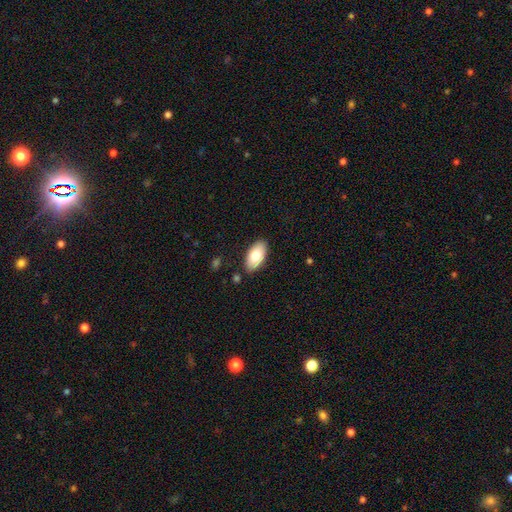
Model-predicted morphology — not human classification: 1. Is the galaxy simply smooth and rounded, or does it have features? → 77% smooth, 17% featured or disk, 6% star or artifact.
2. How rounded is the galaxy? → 95% in between, 3% round, 2% cigar-shaped.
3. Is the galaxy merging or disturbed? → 86% none, 10% minor disturbance, 2% major disturbance, 2% merger.